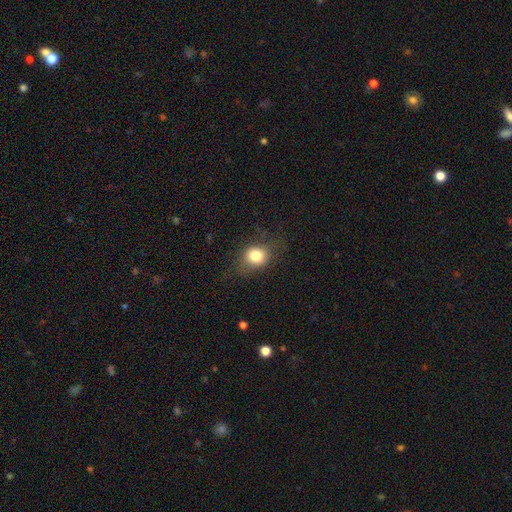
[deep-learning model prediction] smooth 79%, featured or disk 11%, star or artifact 11%. Down the decision tree: how rounded — round (64%); merging — none (73%).